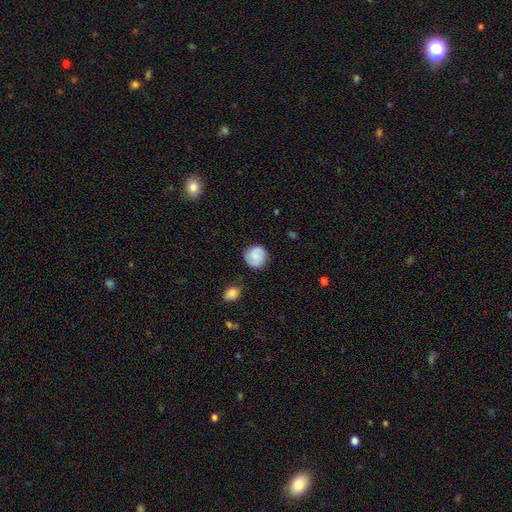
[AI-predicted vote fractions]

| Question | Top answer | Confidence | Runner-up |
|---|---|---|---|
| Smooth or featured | smooth | 81% | featured or disk (12%) |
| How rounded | round | 89% | in between (10%) |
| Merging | none | 80% | minor disturbance (15%) |